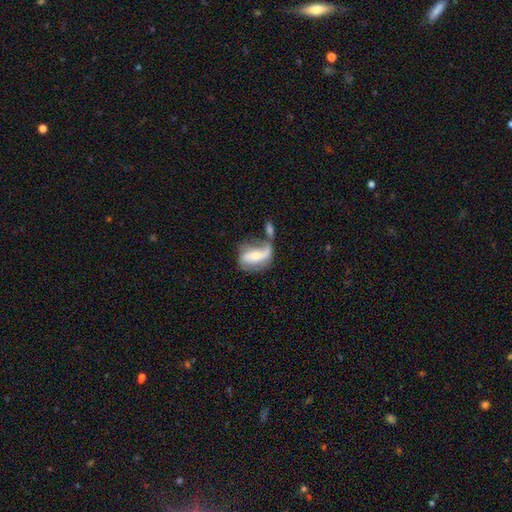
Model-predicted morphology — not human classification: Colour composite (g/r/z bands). It shows a featured or disk galaxy (59%) with no bar (39%), spiral arms (70%) and a moderate central bulge (51%). Merging: merger (29%, tied with none).